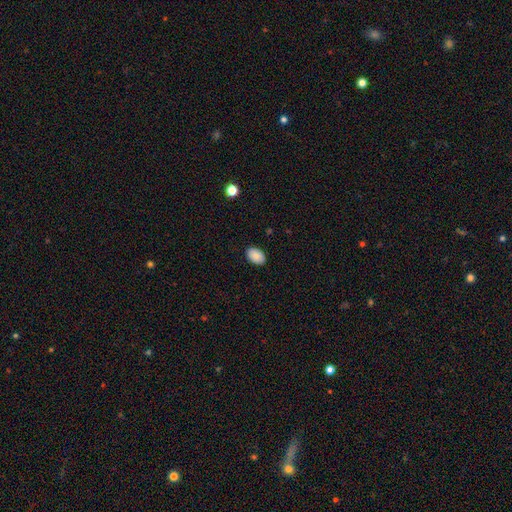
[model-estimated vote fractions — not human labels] smooth_or_featured: smooth (p=0.89) [alt: star or artifact p=0.07]
how_rounded: in between (p=0.90) [alt: round p=0.09]
merging: none (p=0.88) [alt: minor disturbance p=0.09]